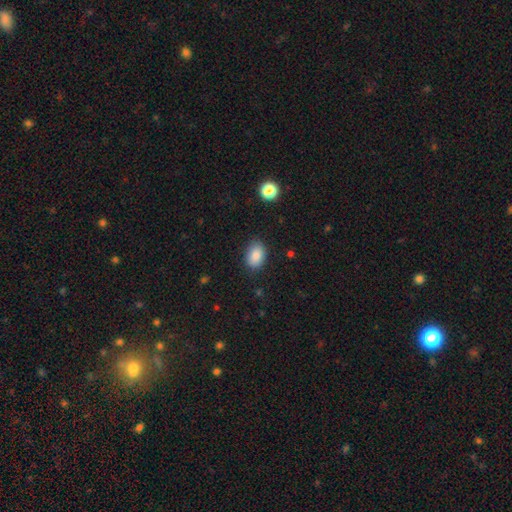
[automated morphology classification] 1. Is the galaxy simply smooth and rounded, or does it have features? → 87% smooth, 8% star or artifact, 5% featured or disk.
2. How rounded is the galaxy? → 80% in between, 18% round, 1% cigar-shaped.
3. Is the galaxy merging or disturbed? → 83% none, 13% minor disturbance, 3% major disturbance, 1% merger.